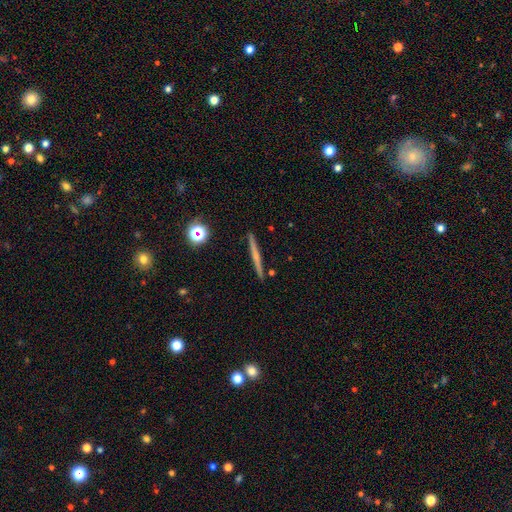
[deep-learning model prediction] This appears to be a featured or disk galaxy (54%) viewed edge-on (97%) with no central bulge (64%). Merging: none (91%).